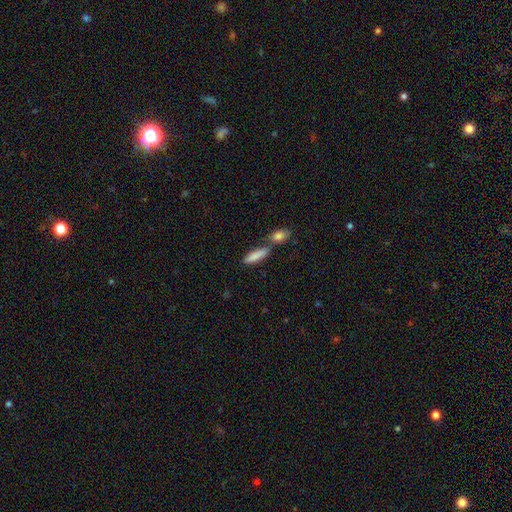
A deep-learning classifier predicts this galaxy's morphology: Q: Smooth or featured?
A: smooth (84%); runner-up: featured or disk (9%)
Q: How rounded?
A: cigar-shaped (53%); runner-up: in between (44%)
Q: Merging?
A: none (56%); runner-up: merger (30%)